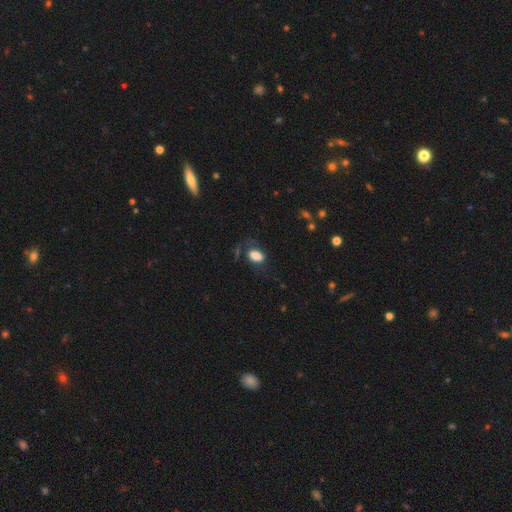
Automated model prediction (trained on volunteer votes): Smooth or featured: smooth — 75% (featured or disk — 17%)
How rounded: in between — 86% (round — 13%)
Merging: none — 50% (major disturbance — 26%)